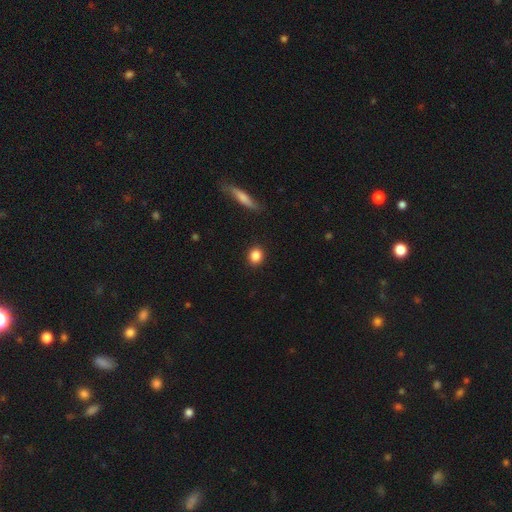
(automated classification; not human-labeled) Morphology: type=smooth (86%); roundness=round (69%); merging=none (90%).